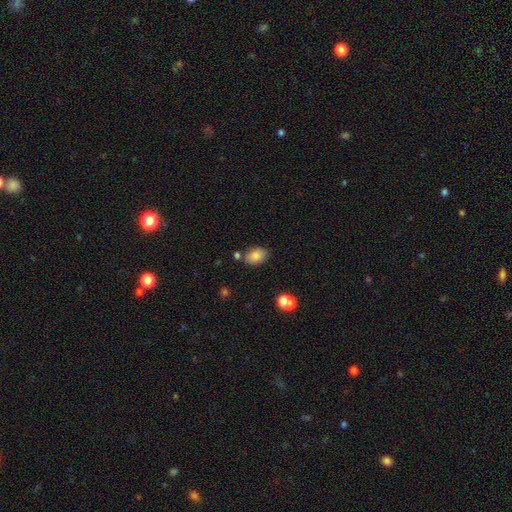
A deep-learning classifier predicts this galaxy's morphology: Smooth or featured?
  - smooth: 83% *
  - star or artifact: 9%
  - featured or disk: 8%
How rounded?
  - in between: 86% *
  - round: 13%
  - cigar-shaped: 1%
Merging?
  - none: 75% *
  - minor disturbance: 13%
  - merger: 9%
  - major disturbance: 3%